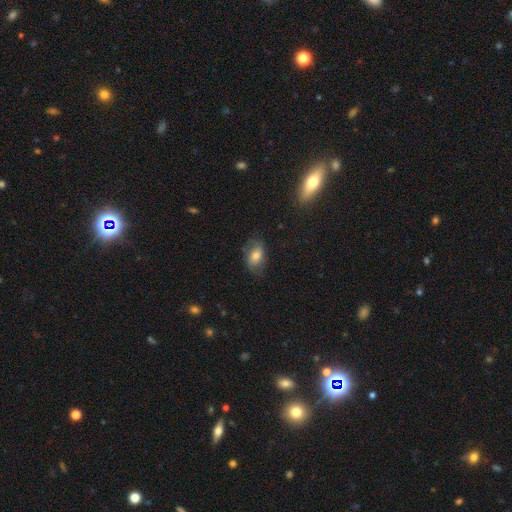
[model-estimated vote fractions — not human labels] This is likely a smooth galaxy (65%). How rounded: clearly in between (87%). Merging: likely none (67%).